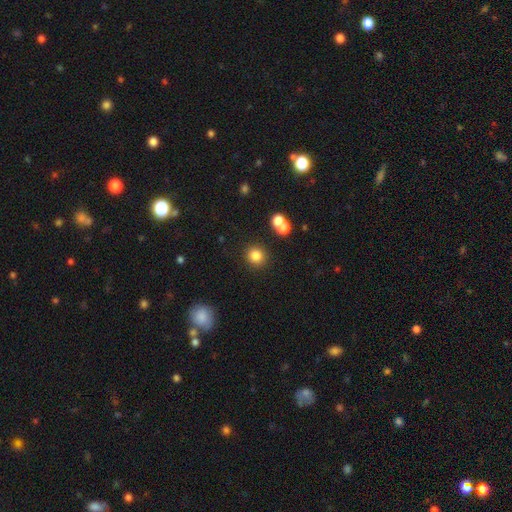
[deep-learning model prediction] Smooth or featured?
  - smooth: 82% *
  - star or artifact: 12%
  - featured or disk: 6%
How rounded?
  - round: 89% *
  - in between: 10%
  - cigar-shaped: 1%
Merging?
  - none: 84% *
  - minor disturbance: 7%
  - merger: 6%
  - major disturbance: 3%